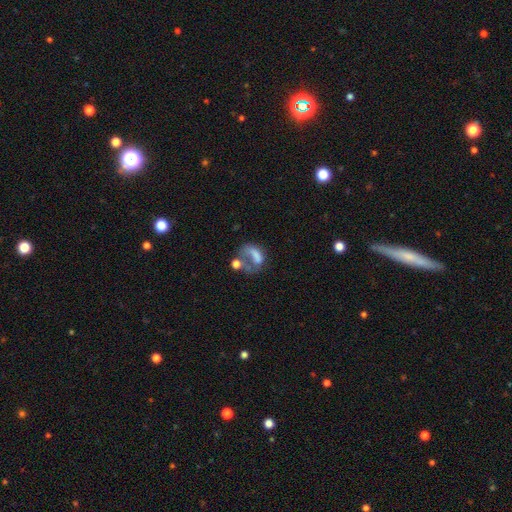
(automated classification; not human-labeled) A smooth galaxy with no disk features (50%) that is in between round and cigar-shaped (73%).

Vote fractions:
- Smooth or featured? smooth: 50% / featured or disk: 36% / star or artifact: 14%
- How rounded? in between: 73% / round: 24% / cigar-shaped: 3%
- Merging? major disturbance: 40% / merger: 29% / none: 19% / minor disturbance: 12%